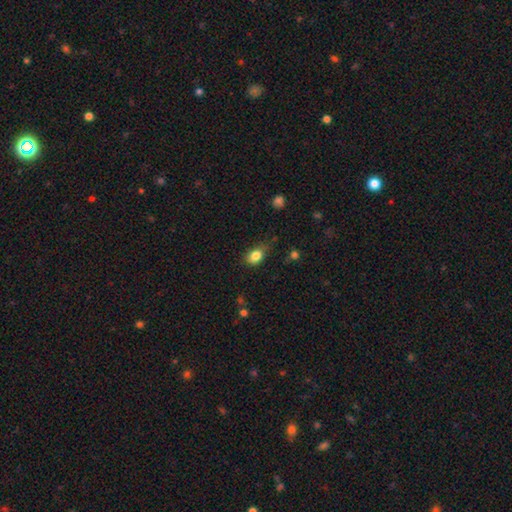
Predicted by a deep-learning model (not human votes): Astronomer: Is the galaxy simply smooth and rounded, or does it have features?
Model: smooth — 84%.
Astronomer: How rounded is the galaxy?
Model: in between — 69%.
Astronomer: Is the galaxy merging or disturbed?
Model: none — 63%.